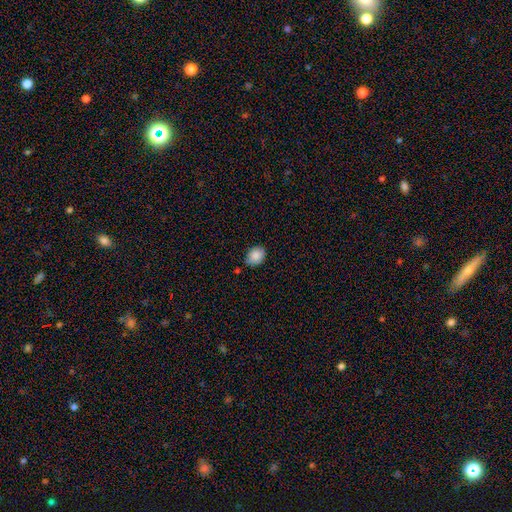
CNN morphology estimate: smooth 88%, star or artifact 8%, featured or disk 5%. Down the decision tree: how rounded — in between (58%); merging — none (78%).